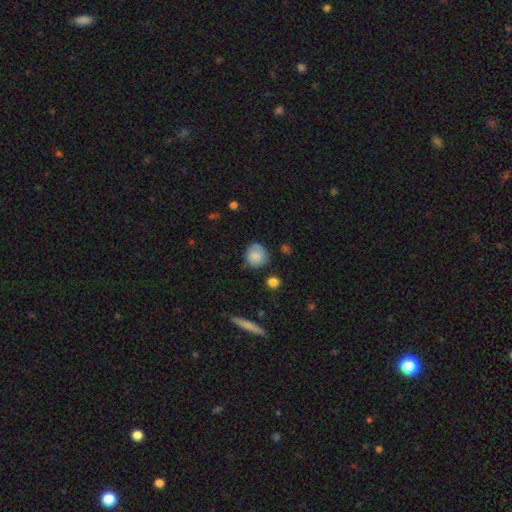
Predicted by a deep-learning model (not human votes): smooth-or-featured: smooth: 77% | featured or disk: 16% | star or artifact: 8%
  how-rounded: round: 86% | in between: 13% | cigar-shaped: 1%
  merging: none: 72% | minor disturbance: 20% | major disturbance: 5% | merger: 3%